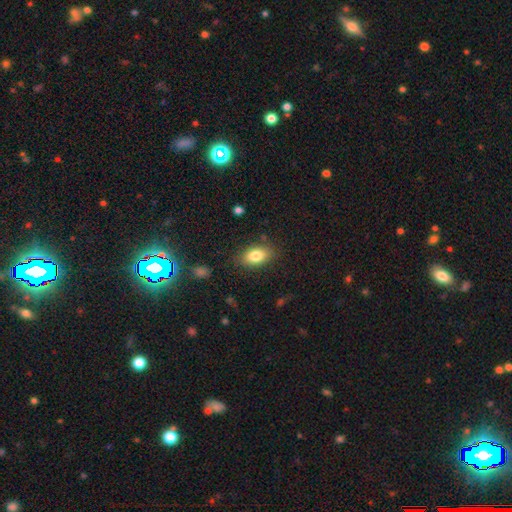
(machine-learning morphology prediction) Overall: smooth (82%). How rounded: in between (88%). Merging: none (83%).